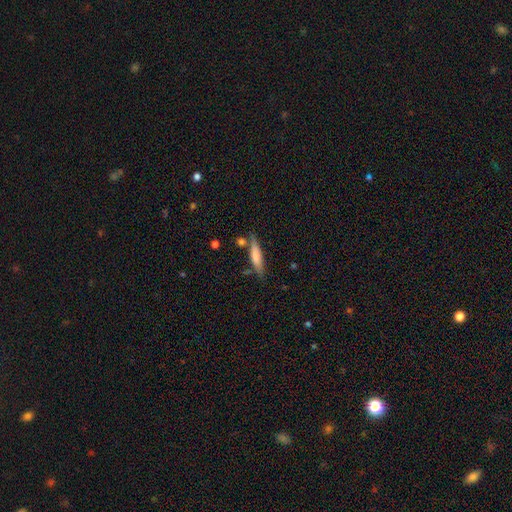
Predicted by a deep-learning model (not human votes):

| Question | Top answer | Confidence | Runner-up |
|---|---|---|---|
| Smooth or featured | smooth | 67% | featured or disk (27%) |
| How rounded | cigar-shaped | 81% | in between (17%) |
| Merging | none | 74% | minor disturbance (15%) |